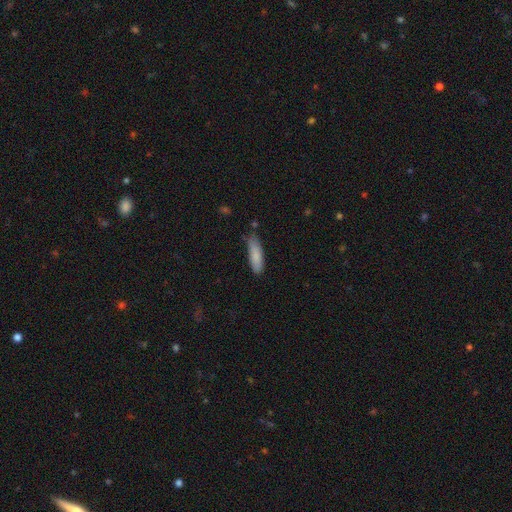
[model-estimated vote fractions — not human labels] The model was most divided on "how rounded": cigar-shaped: 64%, in between: 34%, round: 1%. More confident: smooth or featured — smooth (84%); merging — none (76%).